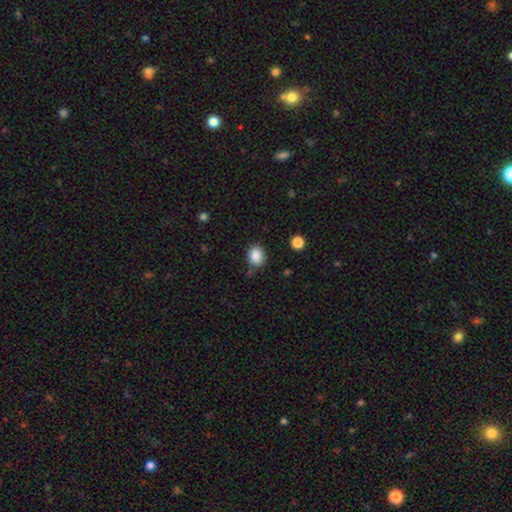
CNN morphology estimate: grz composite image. It shows a smooth galaxy with no disk features (87%) that is round (68%). Merging: none (73%).